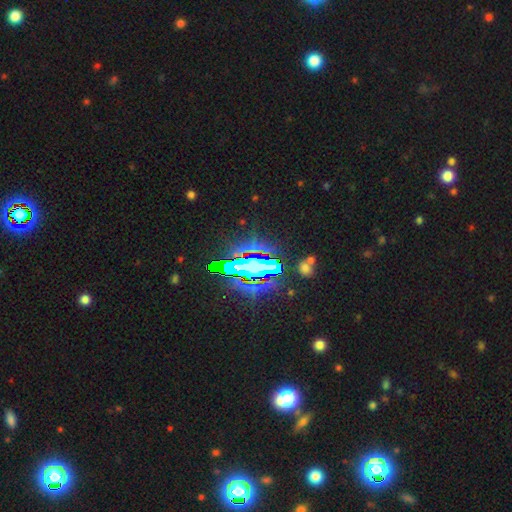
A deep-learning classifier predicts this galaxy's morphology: Smooth or featured: star or artifact — 72% (featured or disk — 15%)